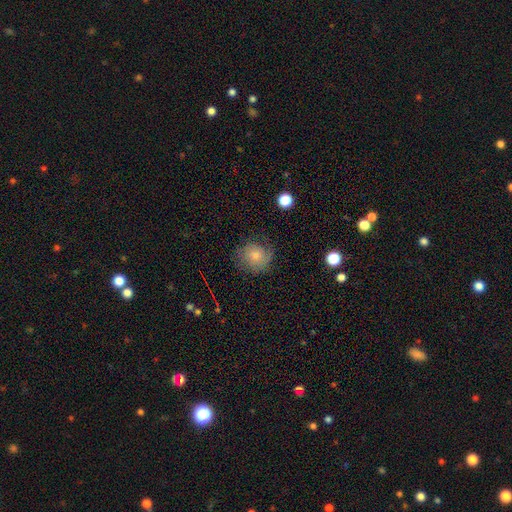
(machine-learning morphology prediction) smooth 72%, featured or disk 19%, star or artifact 9%. Down the decision tree: how rounded — round (84%); merging — none (66%).